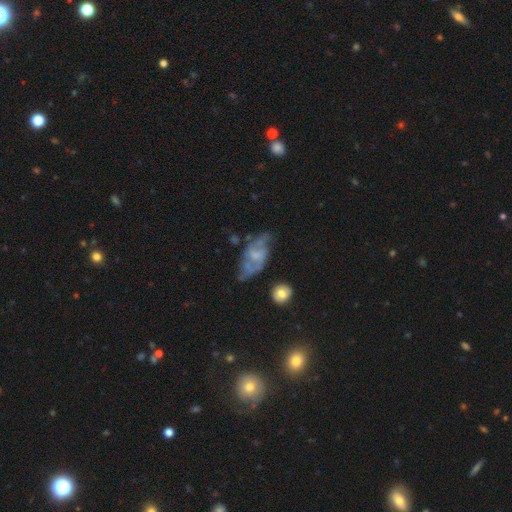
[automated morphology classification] This appears to be a featured or disk galaxy (68%) with no bar (51%), spiral arms (70%) and a small central bulge (42%). Merging: none (50%).